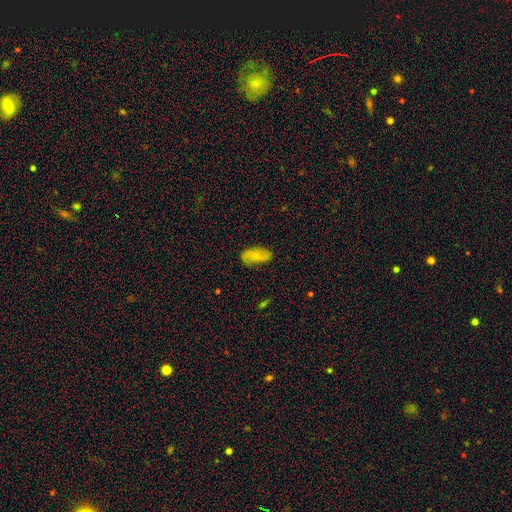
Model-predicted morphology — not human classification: type=smooth (60%); roundness=in between (92%); merging=none (77%).